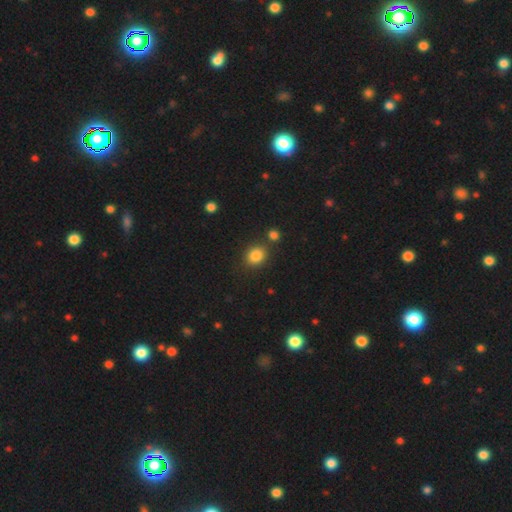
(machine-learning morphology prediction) This is clearly a smooth galaxy (84%). How rounded: likely round (64%). Merging: likely none (76%).